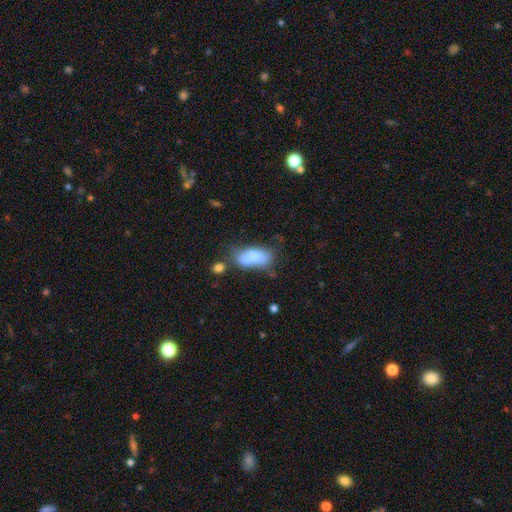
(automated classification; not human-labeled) This appears to be a smooth galaxy with no disk features (75%) that is in between round and cigar-shaped (86%). Merging: none (36%).